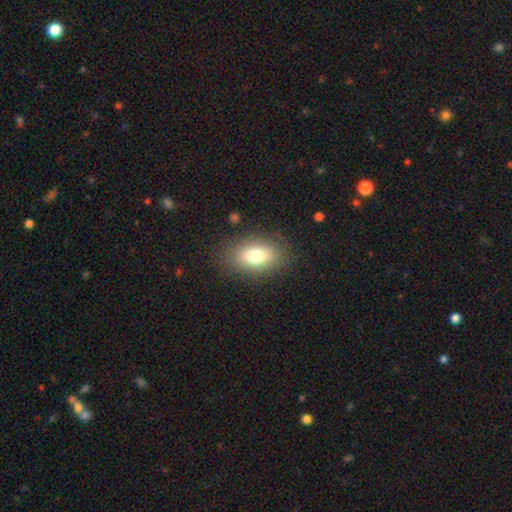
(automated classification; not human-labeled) A smooth galaxy with no disk features (76%) that is in between round and cigar-shaped (85%). Merging: none (84%).